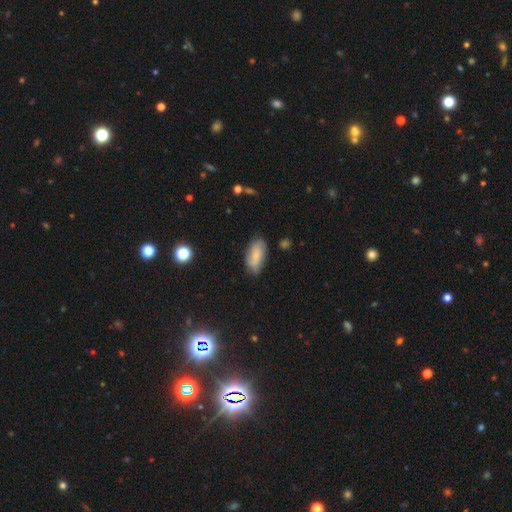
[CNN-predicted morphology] smooth 68%, featured or disk 24%, star or artifact 8%. Down the decision tree: how rounded — in between (89%); merging — none (76%).